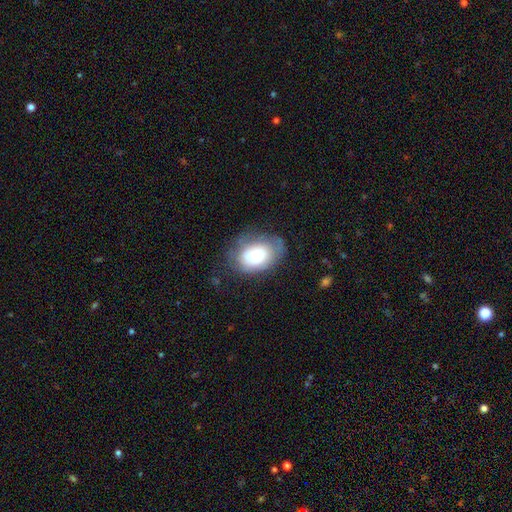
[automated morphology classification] Overall: smooth (71%). How rounded: in between (82%). Merging: none (59%; minor disturbance 25%).